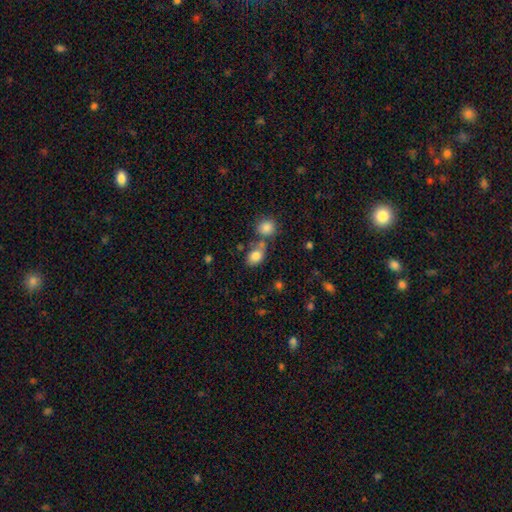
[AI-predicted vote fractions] smooth_or_featured: smooth (p=0.81) [alt: star or artifact p=0.10]
how_rounded: in between (p=0.71) [alt: round p=0.28]
merging: none (p=0.51) [alt: merger p=0.30]